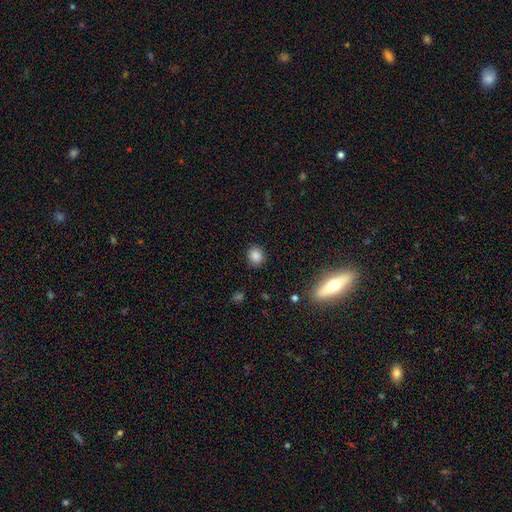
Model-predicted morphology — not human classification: The model was most divided on "how rounded": round: 80%, in between: 19%, cigar-shaped: 1%. More confident: merging — none (89%); smooth or featured — smooth (84%).